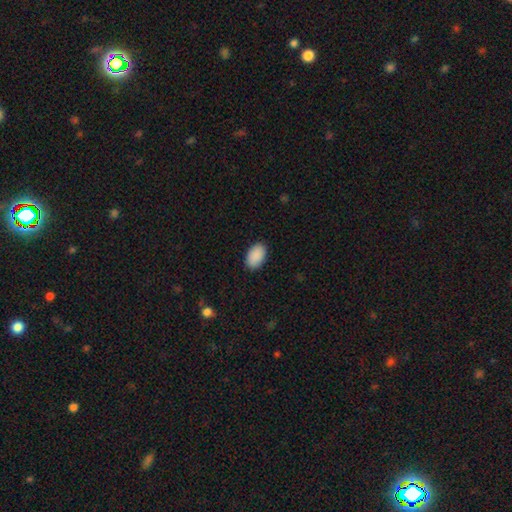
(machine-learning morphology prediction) smooth_or_featured: smooth (p=0.91) [alt: star or artifact p=0.06]
how_rounded: in between (p=0.92) [alt: round p=0.06]
merging: none (p=0.89) [alt: minor disturbance p=0.08]